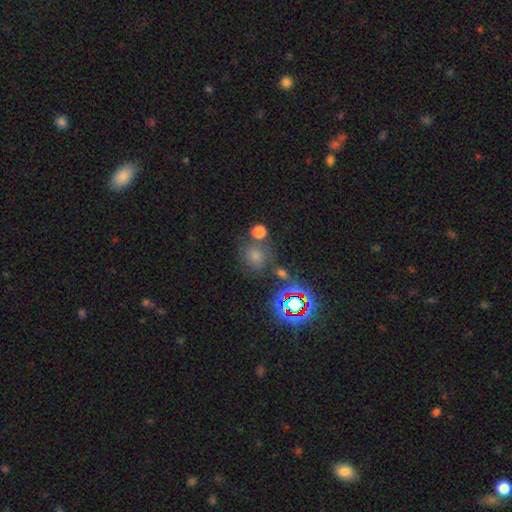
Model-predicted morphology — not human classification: smooth-or-featured: smooth: 51% | star or artifact: 37% | featured or disk: 11%
  how-rounded: round: 88% | in between: 11% | cigar-shaped: 1%
  merging: none: 71% | merger: 13% | minor disturbance: 11% | major disturbance: 5%